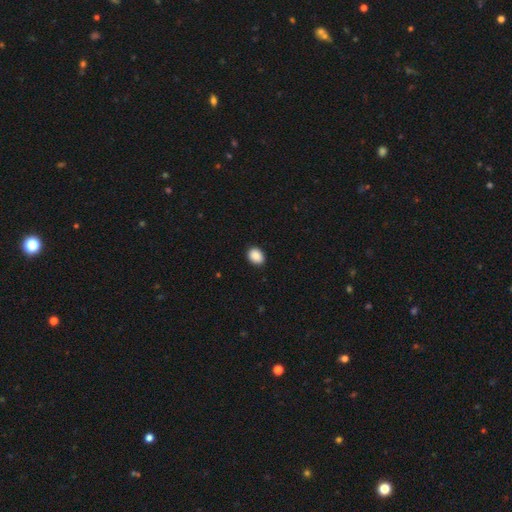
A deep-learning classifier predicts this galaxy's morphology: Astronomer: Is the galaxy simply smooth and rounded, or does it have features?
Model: smooth — 89%.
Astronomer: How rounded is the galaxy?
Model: in between — 63%.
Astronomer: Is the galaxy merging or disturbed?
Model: none — 89%.